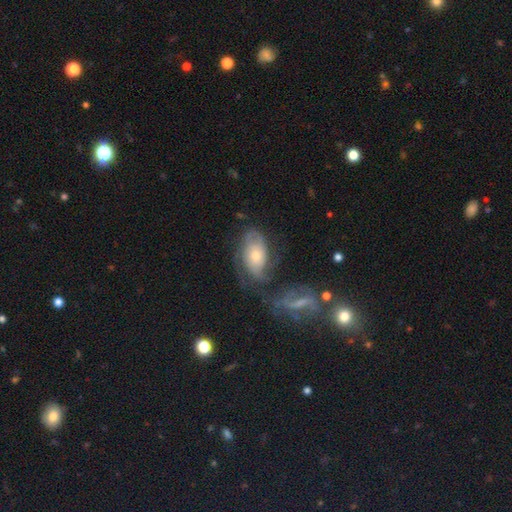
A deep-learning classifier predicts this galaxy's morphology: type=featured or disk (67%); edge-on=no (94%); bar=no (76%); spiral arms=yes (84%); winding=tight (52%); arm count=can't tell (40%); bulge=moderate (53%); merging=none (49%).